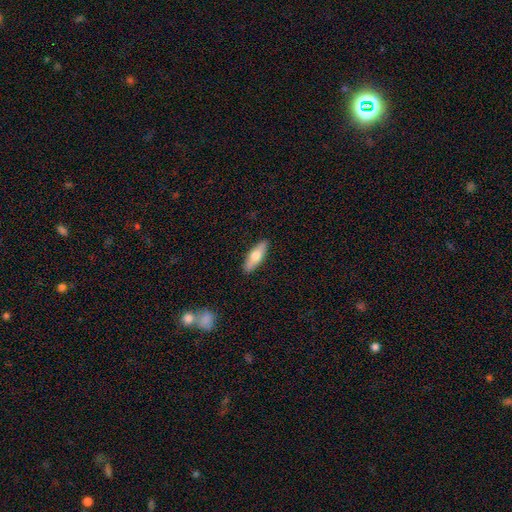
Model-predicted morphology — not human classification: A smooth galaxy with no disk features (66%) that is in between round and cigar-shaped (57%).

Vote fractions:
- Smooth or featured? smooth: 66% / featured or disk: 29% / star or artifact: 6%
- How rounded? in between: 57% / cigar-shaped: 41% / round: 2%
- Merging? none: 89% / minor disturbance: 8% / major disturbance: 2% / merger: 1%